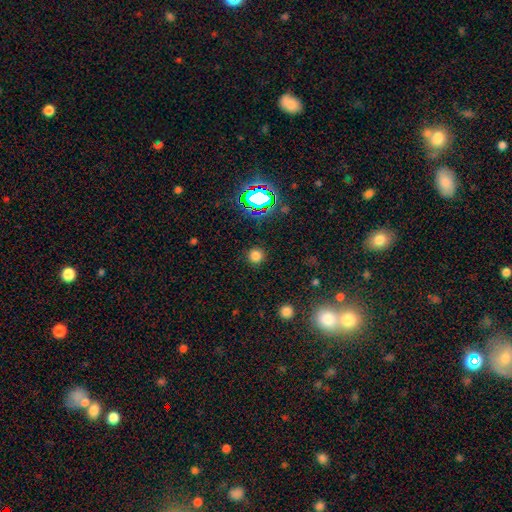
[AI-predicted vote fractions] Q: Smooth or featured?
A: smooth (75%); runner-up: star or artifact (20%)
Q: How rounded?
A: round (94%); runner-up: in between (5%)
Q: Merging?
A: none (90%); runner-up: minor disturbance (6%)